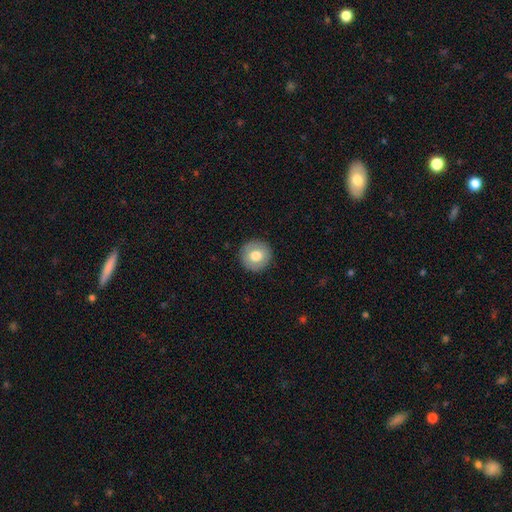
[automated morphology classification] Smooth or featured? smooth (74%)
How rounded? round (95%)
Merging? none (91%)